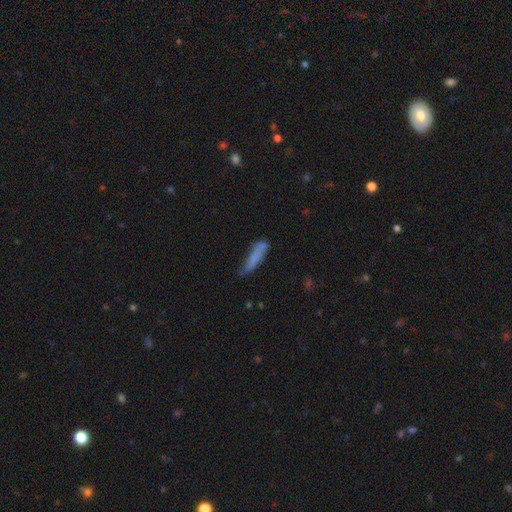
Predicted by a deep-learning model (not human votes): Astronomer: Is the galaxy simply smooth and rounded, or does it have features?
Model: smooth — 72%.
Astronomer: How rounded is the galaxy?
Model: cigar-shaped — 82%.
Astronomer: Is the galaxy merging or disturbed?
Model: none — 49% (runner-up: minor disturbance, 32%).